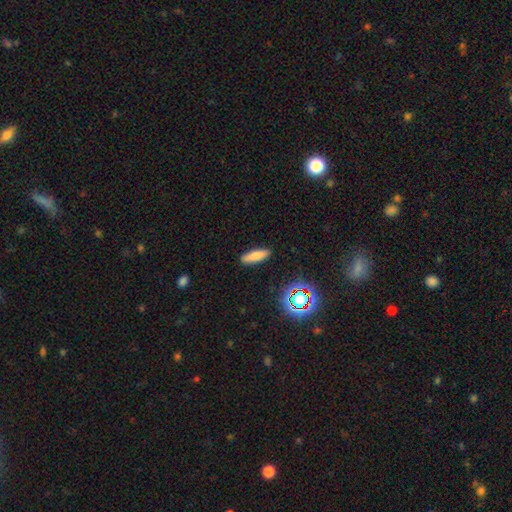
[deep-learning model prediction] smooth_or_featured: smooth (p=0.78) [alt: star or artifact p=0.11]
how_rounded: cigar-shaped (p=0.64) [alt: in between p=0.33]
merging: none (p=0.89) [alt: minor disturbance p=0.08]